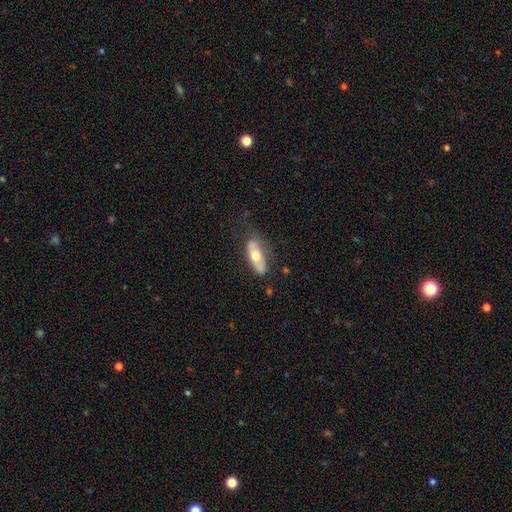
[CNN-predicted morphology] Smooth or featured: smooth — 58% (featured or disk — 36%)
How rounded: in between — 73% (cigar-shaped — 25%)
Merging: none — 64% (minor disturbance — 25%)